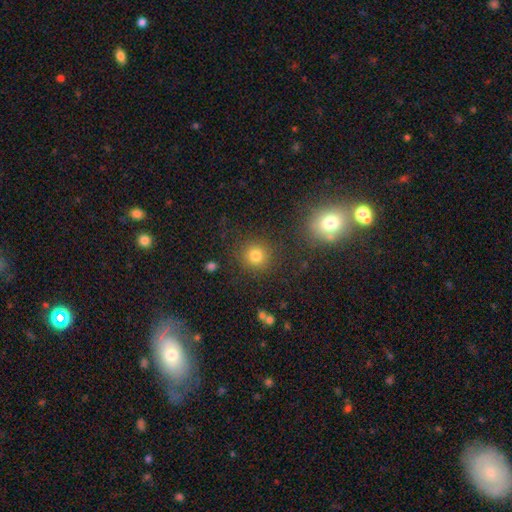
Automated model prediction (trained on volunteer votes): Smooth or featured? Predicted: smooth (p=0.79). How rounded? Predicted: round (p=0.91). Merging? Predicted: none (p=0.86).